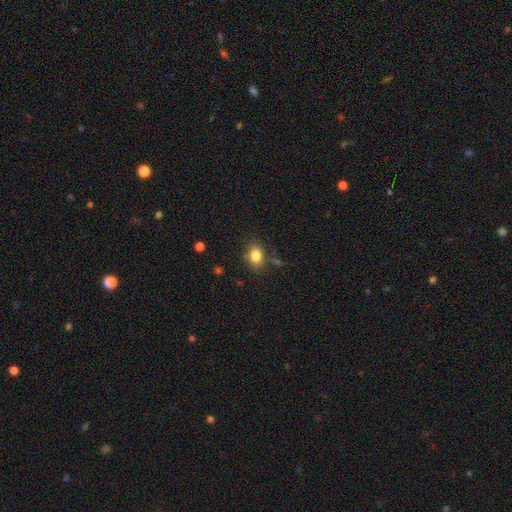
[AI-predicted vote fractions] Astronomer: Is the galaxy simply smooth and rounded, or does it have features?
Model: smooth — 83%.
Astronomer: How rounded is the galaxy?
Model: in between — 68%.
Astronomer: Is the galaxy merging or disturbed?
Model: none — 77%.